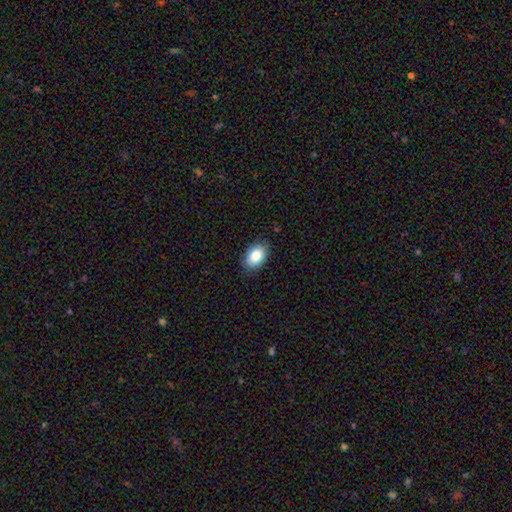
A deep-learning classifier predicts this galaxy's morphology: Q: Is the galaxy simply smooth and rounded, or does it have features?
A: smooth — 86%.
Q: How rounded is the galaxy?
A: in between — 89%.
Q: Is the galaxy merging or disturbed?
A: none — 86%.